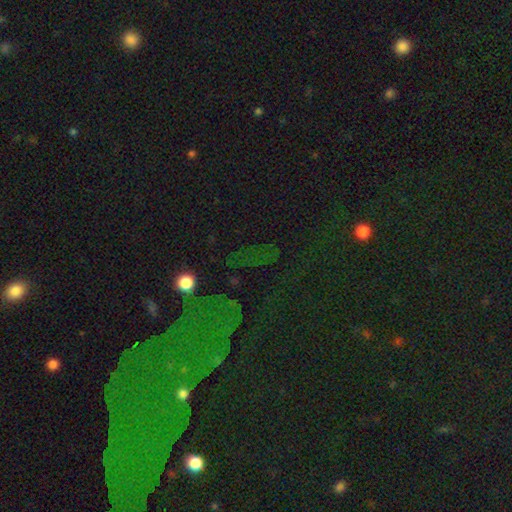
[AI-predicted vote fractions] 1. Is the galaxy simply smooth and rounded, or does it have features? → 72% star or artifact, 14% smooth, 14% featured or disk.